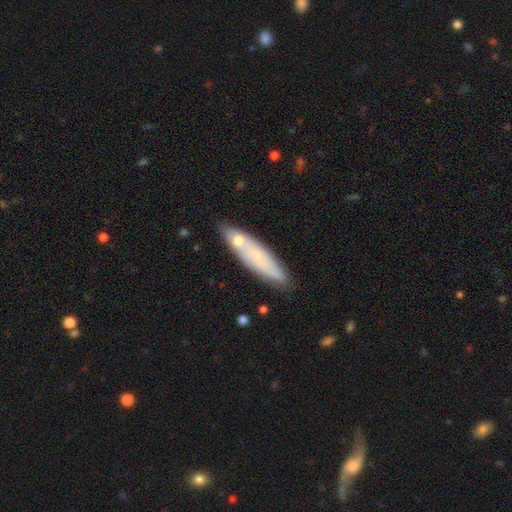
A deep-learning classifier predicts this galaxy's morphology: Smooth or featured?
  - smooth: 63% *
  - featured or disk: 29%
  - star or artifact: 8%
How rounded?
  - cigar-shaped: 73% *
  - in between: 25%
  - round: 2%
Merging?
  - none: 74% *
  - minor disturbance: 16%
  - merger: 7%
  - major disturbance: 3%